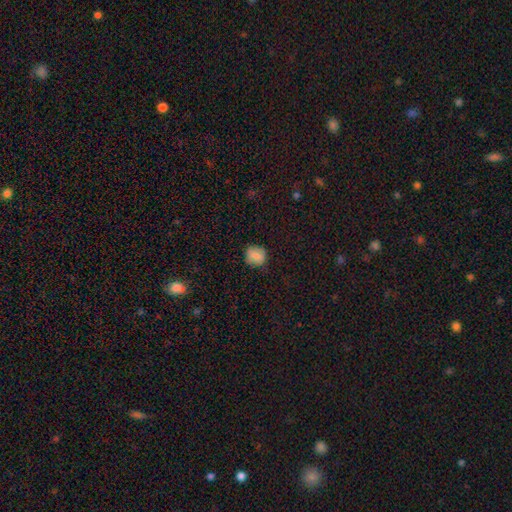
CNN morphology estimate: smooth_or_featured: smooth (p=0.80) [alt: featured or disk p=0.10]
how_rounded: round (p=0.84) [alt: in between p=0.15]
merging: none (p=0.83) [alt: minor disturbance p=0.13]